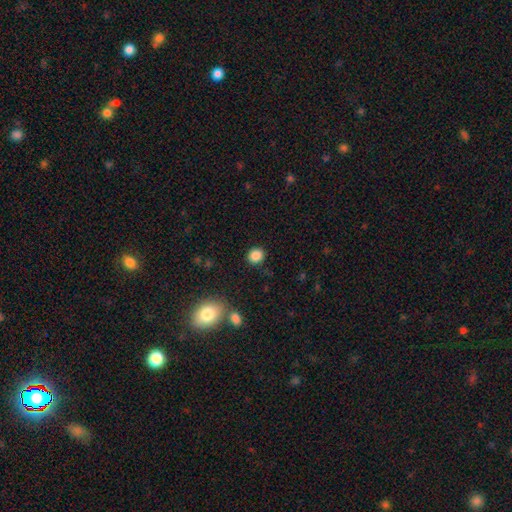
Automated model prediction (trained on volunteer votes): smooth 86%, star or artifact 10%, featured or disk 3%. Down the decision tree: how rounded — round (81%); merging — none (88%).